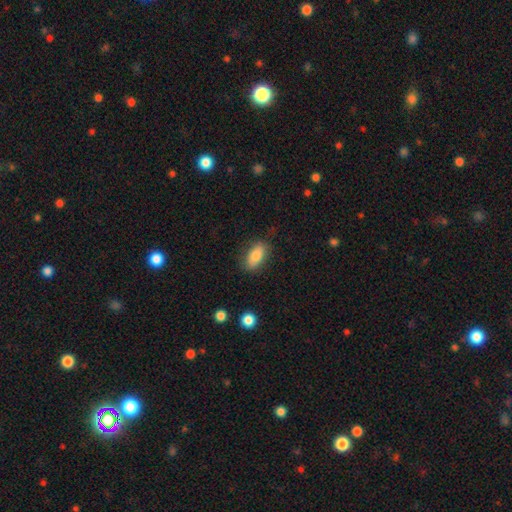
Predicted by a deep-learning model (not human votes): Smooth or featured? Predicted: smooth (p=0.82). How rounded? Predicted: in between (p=0.86). Merging? Predicted: none (p=0.82).